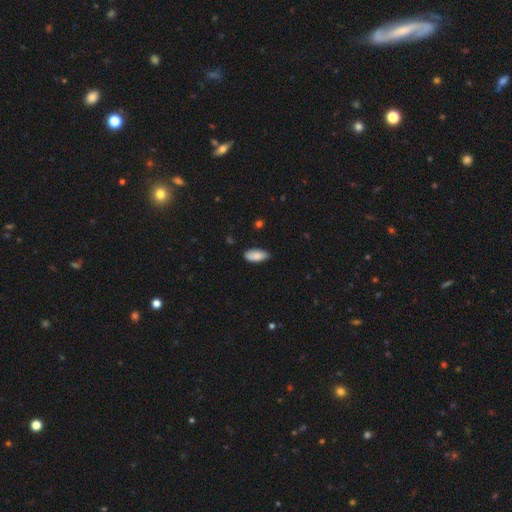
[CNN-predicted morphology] Smooth or featured? Predicted: smooth (p=0.87). How rounded? Predicted: in between (p=0.89). Merging? Predicted: none (p=0.78).